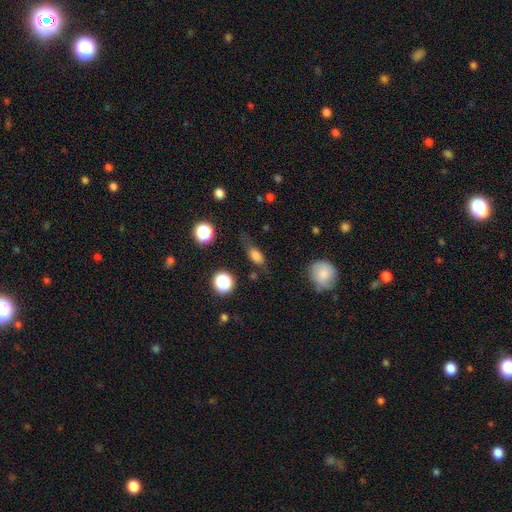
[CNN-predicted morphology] A smooth galaxy with no disk features (75%) that is in between round and cigar-shaped (75%). Merging: none (62%).